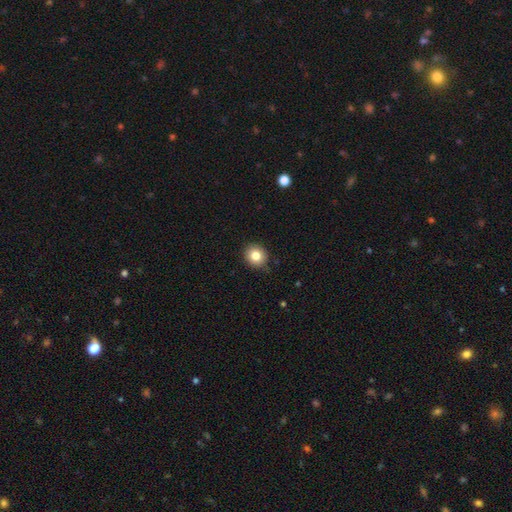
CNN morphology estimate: type=smooth (82%); roundness=round (81%); merging=none (88%).